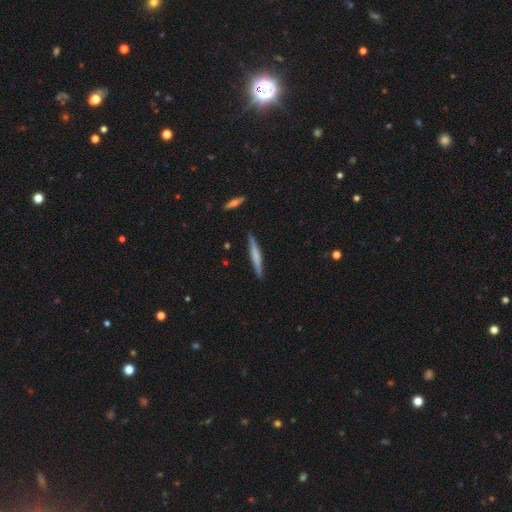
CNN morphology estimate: smooth 54%, featured or disk 40%, star or artifact 5%. Down the decision tree: how rounded — cigar-shaped (95%); merging — none (88%).